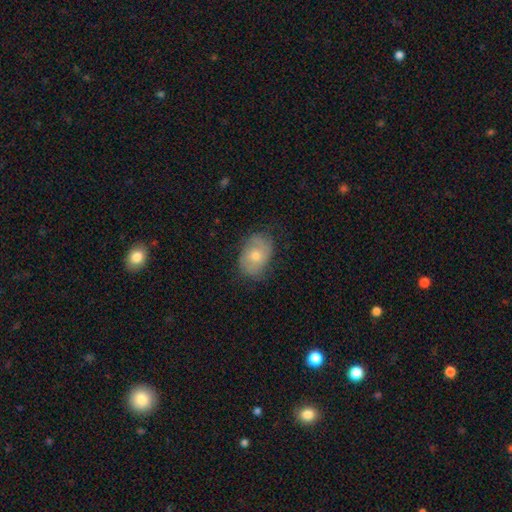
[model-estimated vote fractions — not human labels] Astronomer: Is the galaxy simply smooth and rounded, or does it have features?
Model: smooth — 52% (runner-up: featured or disk, 39%).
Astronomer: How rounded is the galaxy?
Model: in between — 74%.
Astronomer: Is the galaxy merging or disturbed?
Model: none — 71%.